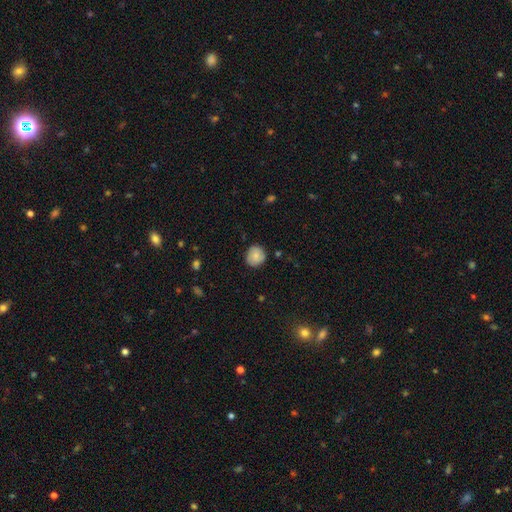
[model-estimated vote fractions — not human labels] Smooth or featured: smooth — 80% (featured or disk — 13%)
How rounded: round — 84% (in between — 15%)
Merging: none — 81% (minor disturbance — 15%)